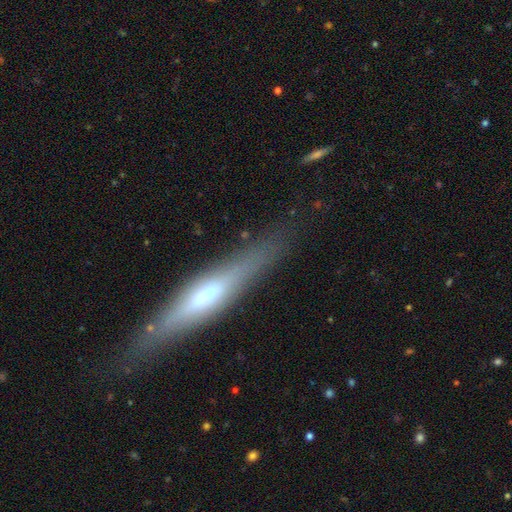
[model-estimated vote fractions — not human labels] This is possibly a featured or disk galaxy (58%). It is clearly viewed edge-on (88%). Edge-on bulge: likely rounded (76%). Merging: clearly none (81%).